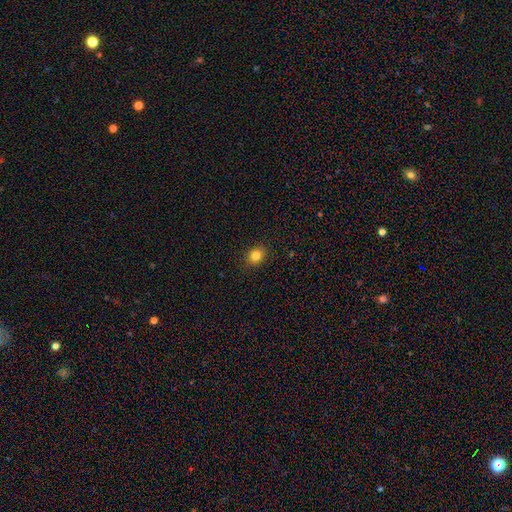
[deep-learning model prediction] Smooth or featured? Predicted: smooth (p=0.82). How rounded? Predicted: round (p=0.66). Merging? Predicted: none (p=0.90).